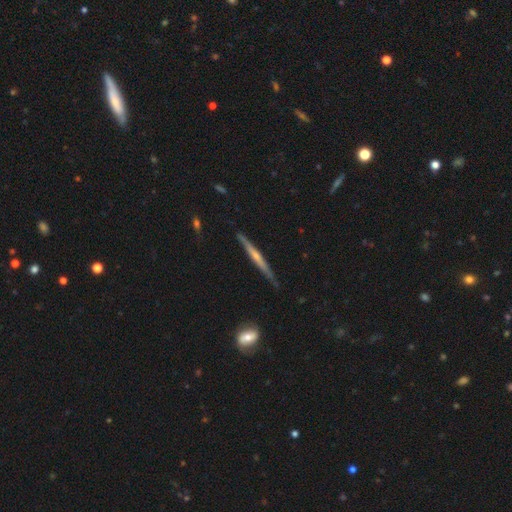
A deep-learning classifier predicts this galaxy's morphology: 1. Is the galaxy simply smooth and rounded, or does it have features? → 69% featured or disk, 25% smooth, 6% star or artifact.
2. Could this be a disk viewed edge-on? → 97% yes, 3% no.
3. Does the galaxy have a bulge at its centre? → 55% rounded, 37% none, 8% boxy.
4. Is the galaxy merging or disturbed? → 84% none, 12% minor disturbance, 2% major disturbance, 2% merger.